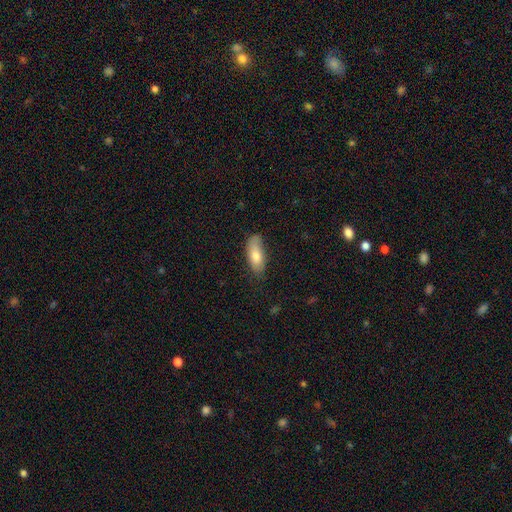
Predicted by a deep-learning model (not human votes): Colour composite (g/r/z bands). It shows a smooth galaxy with no disk features (78%) that is in between round and cigar-shaped (79%). Merging: none (69%).